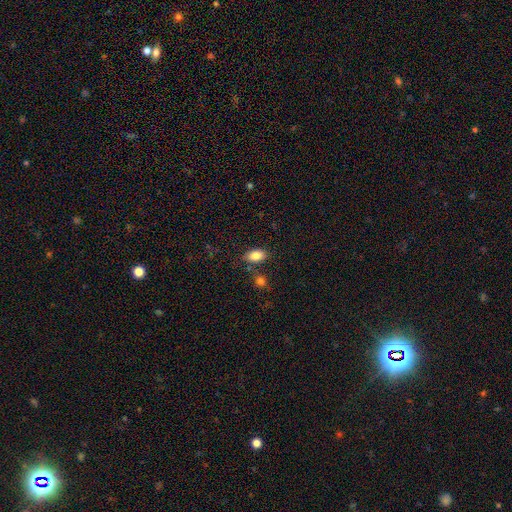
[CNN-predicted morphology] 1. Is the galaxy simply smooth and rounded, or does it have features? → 86% smooth, 8% star or artifact, 6% featured or disk.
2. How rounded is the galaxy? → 90% in between, 8% round, 2% cigar-shaped.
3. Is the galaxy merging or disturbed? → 76% none, 13% minor disturbance, 8% merger, 3% major disturbance.